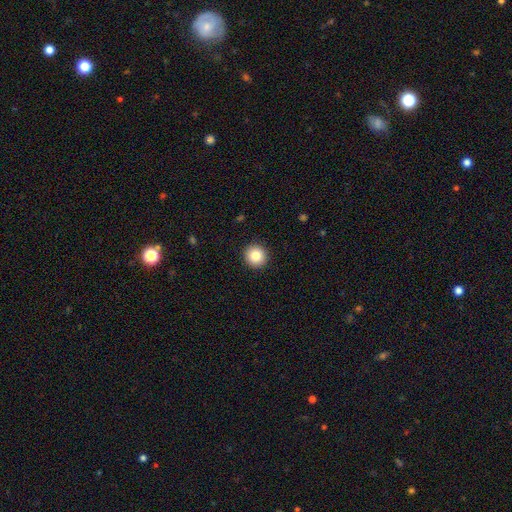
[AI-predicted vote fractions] A smooth galaxy with no disk features (85%) that is round (93%). Merging: none (93%).